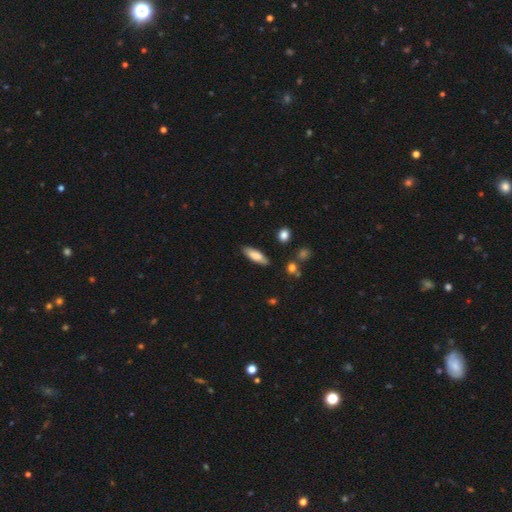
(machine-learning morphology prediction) Q: Smooth or featured?
A: smooth (80%); runner-up: featured or disk (14%)
Q: How rounded?
A: in between (56%); runner-up: cigar-shaped (42%)
Q: Merging?
A: none (84%); runner-up: minor disturbance (12%)